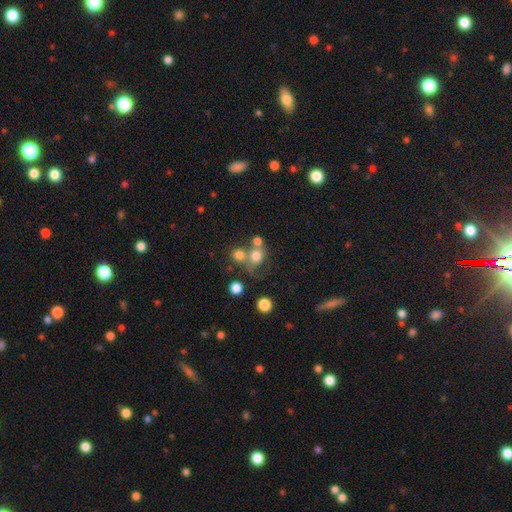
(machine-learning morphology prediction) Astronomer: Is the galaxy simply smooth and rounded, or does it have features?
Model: smooth — 72%.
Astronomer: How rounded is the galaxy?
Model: round — 78%.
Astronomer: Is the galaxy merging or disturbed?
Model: none — 42% (runner-up: merger, 38%).